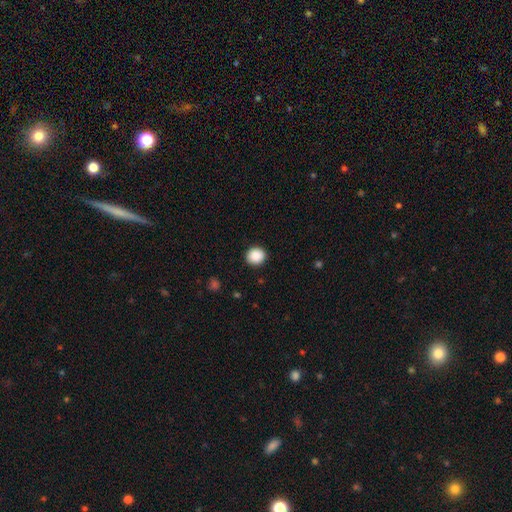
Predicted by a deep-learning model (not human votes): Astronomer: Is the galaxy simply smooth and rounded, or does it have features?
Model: smooth — 89%.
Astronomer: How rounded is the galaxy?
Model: round — 84%.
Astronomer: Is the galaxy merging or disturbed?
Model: none — 91%.